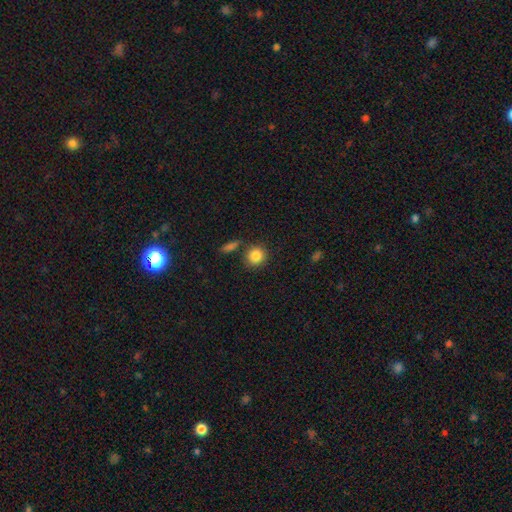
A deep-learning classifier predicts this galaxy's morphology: type=smooth (86%); roundness=round (83%); merging=none (77%).